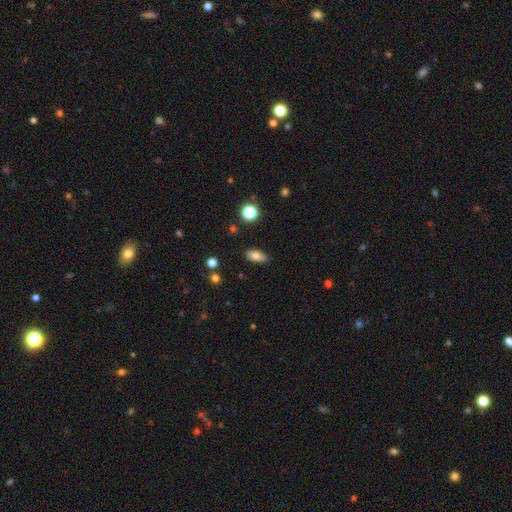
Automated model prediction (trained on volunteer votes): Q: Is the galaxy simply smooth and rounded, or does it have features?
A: smooth — 78%.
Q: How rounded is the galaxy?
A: in between — 86%.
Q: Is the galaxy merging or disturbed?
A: none — 86%.